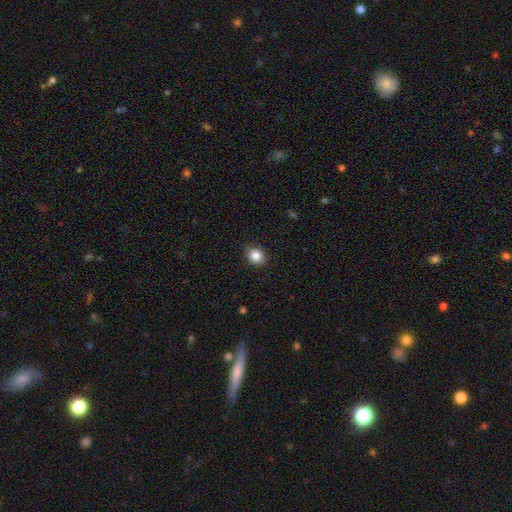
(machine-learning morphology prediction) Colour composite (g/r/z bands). It shows a smooth galaxy with no disk features (85%) that is round (64%). Merging: none (87%).